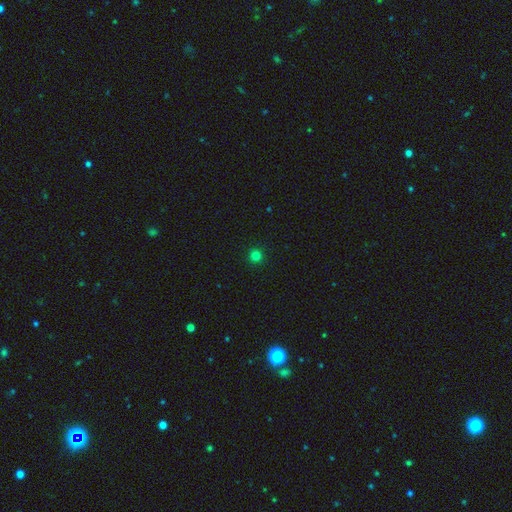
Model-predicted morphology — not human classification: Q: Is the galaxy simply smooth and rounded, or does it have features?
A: smooth — 80%.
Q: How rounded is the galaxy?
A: round — 96%.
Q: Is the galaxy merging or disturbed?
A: none — 93%.